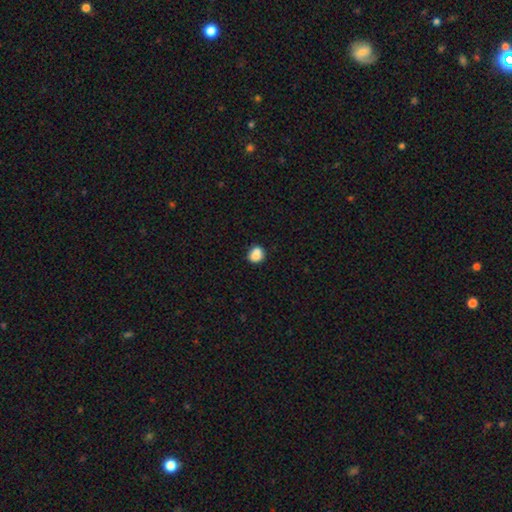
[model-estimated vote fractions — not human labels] Q: Smooth or featured?
A: smooth (84%); runner-up: star or artifact (10%)
Q: How rounded?
A: round (67%); runner-up: in between (32%)
Q: Merging?
A: none (65%); runner-up: minor disturbance (17%)